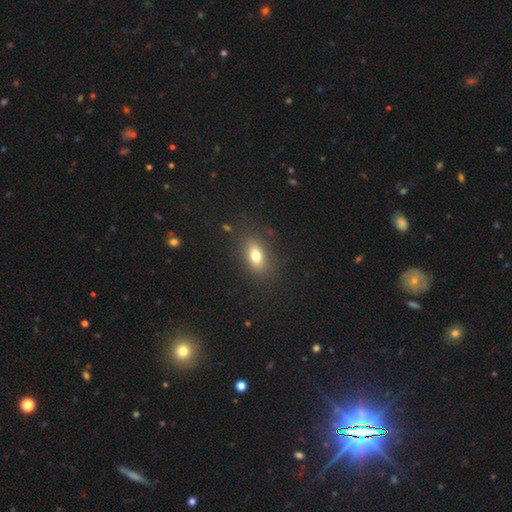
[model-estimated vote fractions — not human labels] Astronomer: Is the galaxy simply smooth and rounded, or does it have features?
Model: smooth — 74%.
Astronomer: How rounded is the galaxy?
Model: in between — 81%.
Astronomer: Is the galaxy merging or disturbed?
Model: none — 83%.